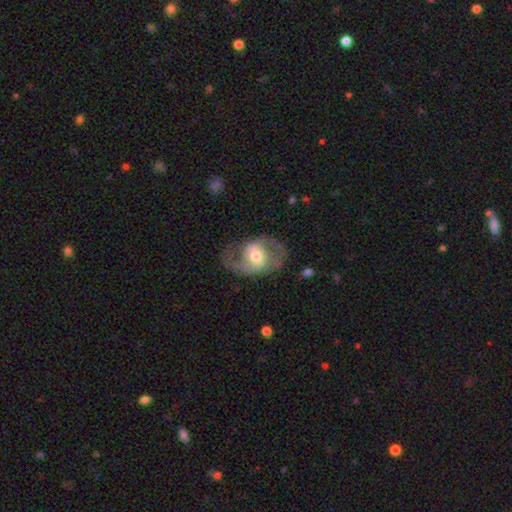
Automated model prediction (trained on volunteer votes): Overall: featured or disk (77%). Edge-on disk: no (96%). Bar: weak (43%; no 33%). Spiral arms: yes (80%). Spiral arm count: 2 (87%). Spiral winding: medium (50%; loose 35%). Bulge size: moderate (63%). Merging: none (70%).